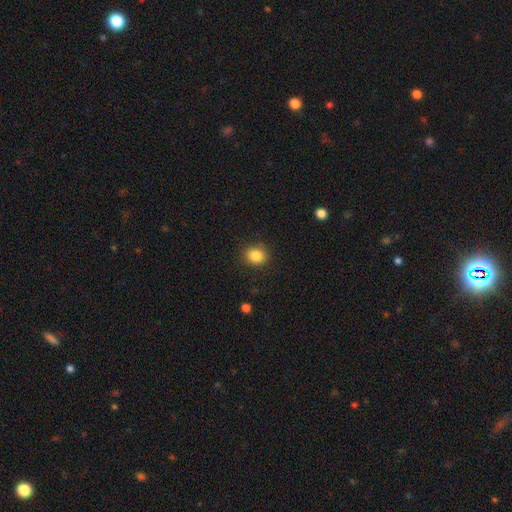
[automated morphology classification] Overall: smooth (85%). How rounded: round (64%; in between 35%). Merging: none (88%).